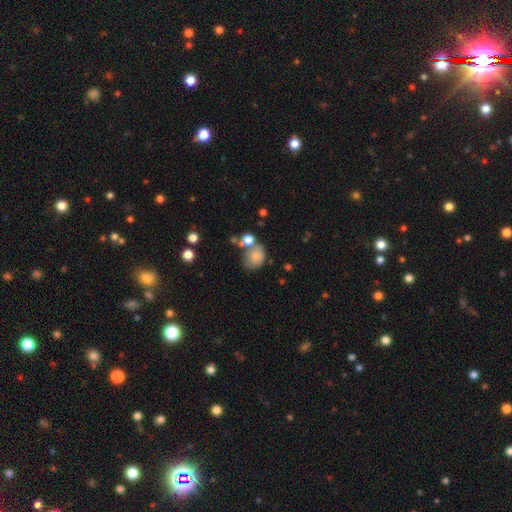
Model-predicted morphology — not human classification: smooth-or-featured: smooth: 77% | featured or disk: 12% | star or artifact: 10%
  how-rounded: in between: 56% | round: 43% | cigar-shaped: 1%
  merging: none: 39% | merger: 26% | minor disturbance: 22% | major disturbance: 12%